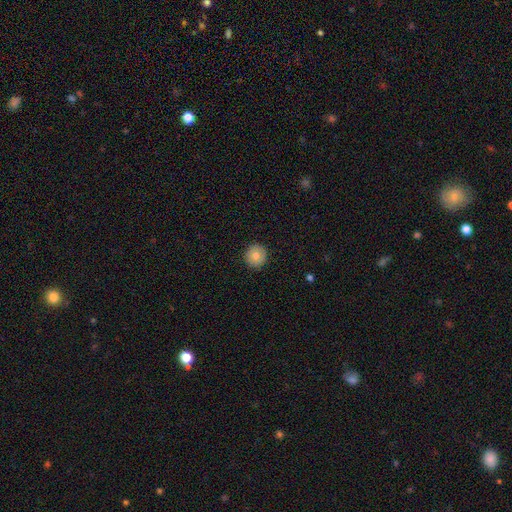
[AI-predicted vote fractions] Smooth or featured?
  - smooth: 77% *
  - featured or disk: 15%
  - star or artifact: 8%
How rounded?
  - round: 94% *
  - in between: 5%
  - cigar-shaped: 1%
Merging?
  - none: 92% *
  - minor disturbance: 6%
  - major disturbance: 2%
  - merger: 1%